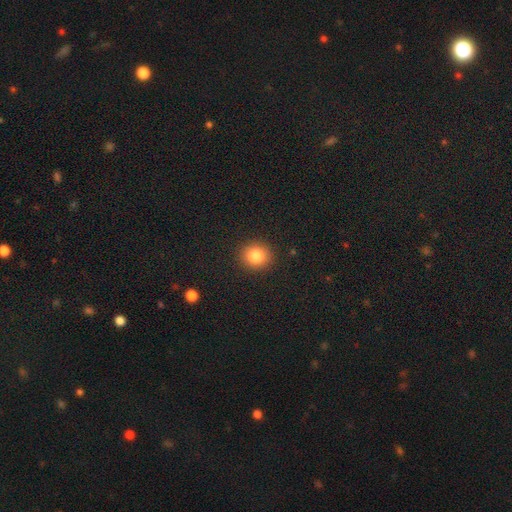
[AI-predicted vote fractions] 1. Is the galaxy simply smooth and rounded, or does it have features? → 83% smooth, 11% star or artifact, 6% featured or disk.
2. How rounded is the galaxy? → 84% round, 15% in between, 1% cigar-shaped.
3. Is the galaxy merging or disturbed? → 91% none, 6% minor disturbance, 2% major disturbance, 1% merger.